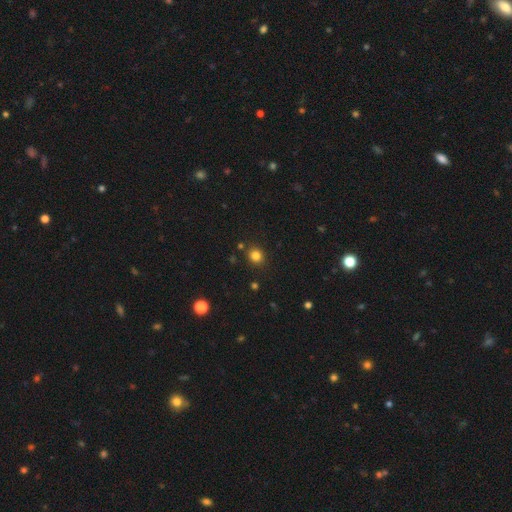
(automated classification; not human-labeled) Q: Smooth or featured?
A: smooth (81%); runner-up: star or artifact (14%)
Q: How rounded?
A: round (85%); runner-up: in between (15%)
Q: Merging?
A: none (87%); runner-up: minor disturbance (7%)